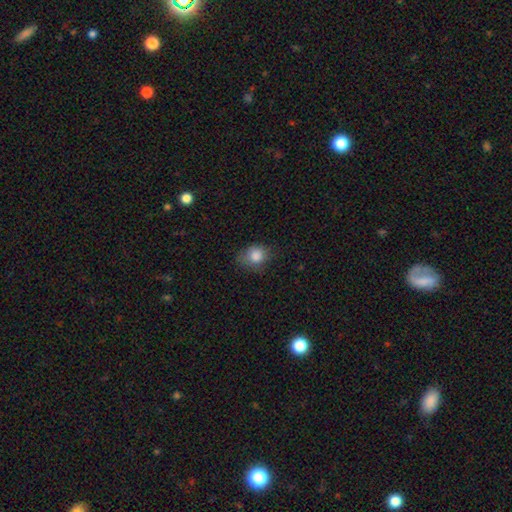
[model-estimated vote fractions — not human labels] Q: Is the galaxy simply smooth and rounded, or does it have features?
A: smooth — 84%.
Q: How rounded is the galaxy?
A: round — 66%.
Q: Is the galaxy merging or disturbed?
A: none — 64%.